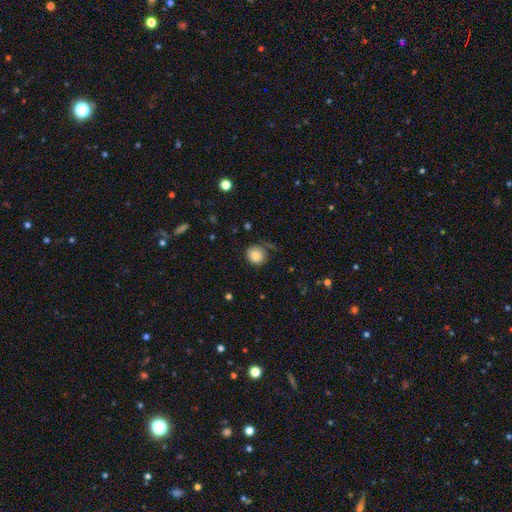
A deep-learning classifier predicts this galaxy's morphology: Smooth or featured: smooth — 84% (star or artifact — 9%)
How rounded: round — 90% (in between — 10%)
Merging: none — 77% (minor disturbance — 16%)